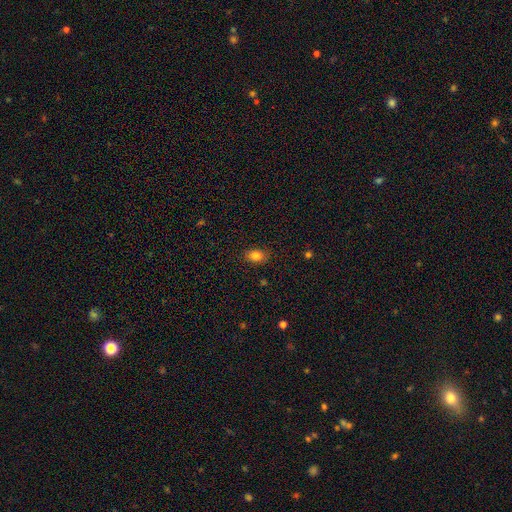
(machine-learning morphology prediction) Smooth or featured?
  - smooth: 84% *
  - star or artifact: 10%
  - featured or disk: 6%
How rounded?
  - in between: 79% *
  - round: 20%
  - cigar-shaped: 1%
Merging?
  - none: 85% *
  - minor disturbance: 11%
  - major disturbance: 3%
  - merger: 1%